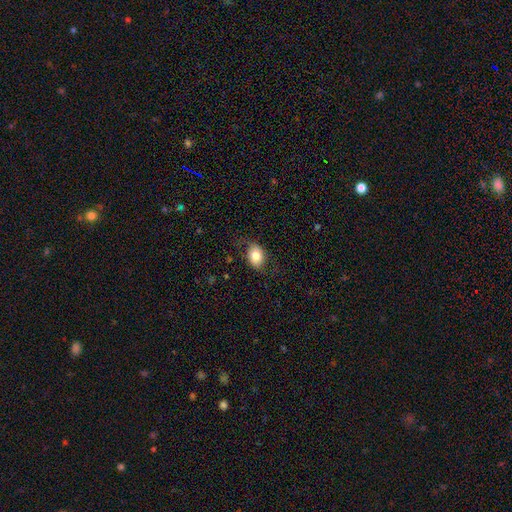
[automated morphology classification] Smooth or featured? smooth (79%)
How rounded? in between (72%)
Merging? none (73%)